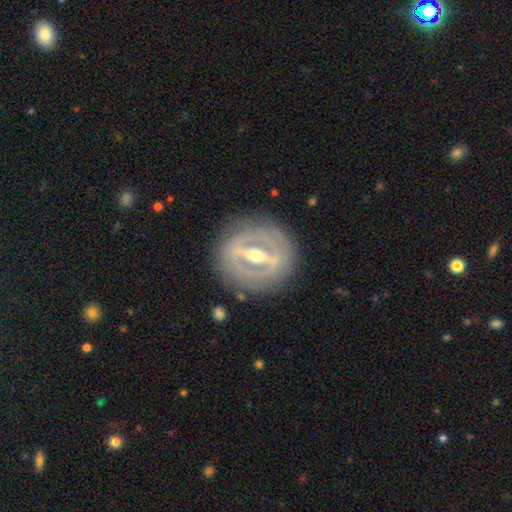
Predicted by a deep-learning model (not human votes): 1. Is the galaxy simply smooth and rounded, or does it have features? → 85% featured or disk, 10% smooth, 5% star or artifact.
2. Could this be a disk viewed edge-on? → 84% no, 16% yes.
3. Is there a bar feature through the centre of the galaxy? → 80% strong, 14% weak, 5% no.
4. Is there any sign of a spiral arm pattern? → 57% no, 43% yes.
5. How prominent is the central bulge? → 74% moderate, 17% small, 6% large, 1% dominant, 1% none.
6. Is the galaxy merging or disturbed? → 84% none, 10% minor disturbance, 4% major disturbance, 1% merger.